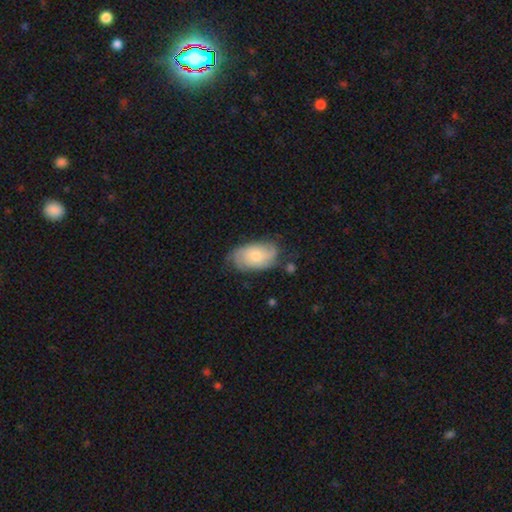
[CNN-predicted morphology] Q: Smooth or featured?
A: smooth (49%); runner-up: featured or disk (45%)
Q: Merging?
A: none (65%); runner-up: minor disturbance (25%)